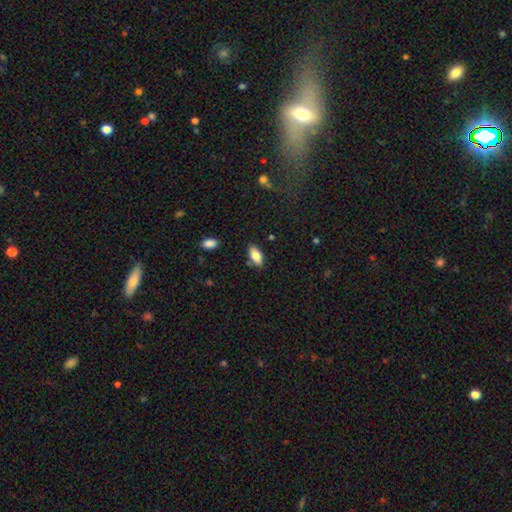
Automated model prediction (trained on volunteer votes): Overall: smooth (82%). How rounded: in between (90%). Merging: none (82%).